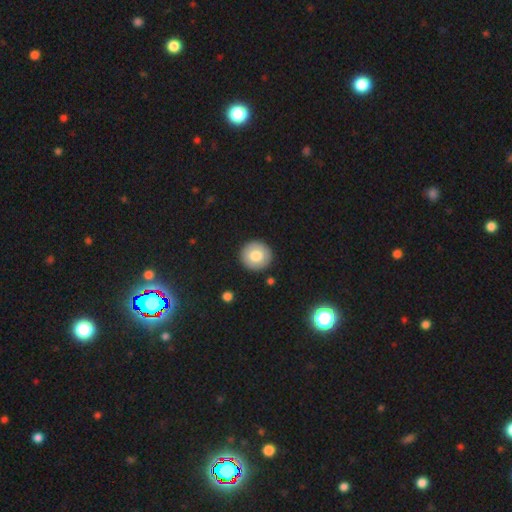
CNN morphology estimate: Smooth or featured? Predicted: smooth (p=0.73). How rounded? Predicted: round (p=0.94). Merging? Predicted: none (p=0.91).